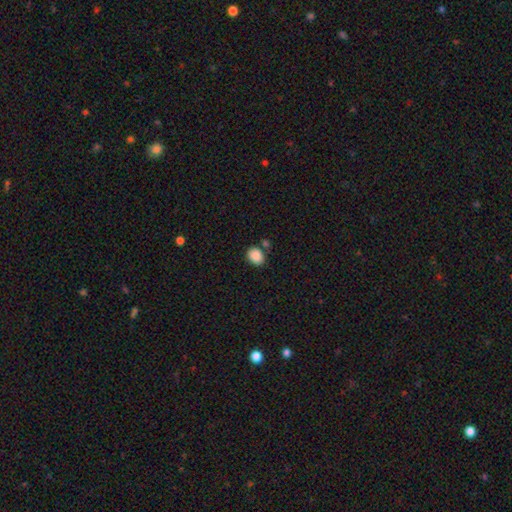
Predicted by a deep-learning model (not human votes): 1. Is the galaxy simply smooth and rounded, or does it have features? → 88% smooth, 8% star or artifact, 4% featured or disk.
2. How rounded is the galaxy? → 54% in between, 45% round, 1% cigar-shaped.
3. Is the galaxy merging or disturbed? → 73% none, 12% minor disturbance, 12% merger, 3% major disturbance.